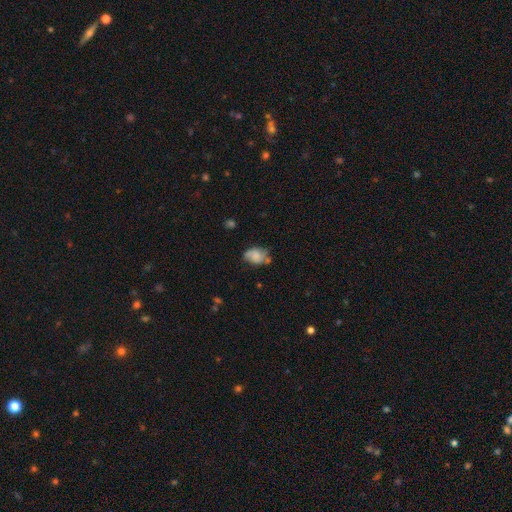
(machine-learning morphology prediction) Overall: smooth (65%; featured or disk 26%). How rounded: in between (76%). Merging: none (46%; minor disturbance 33%).